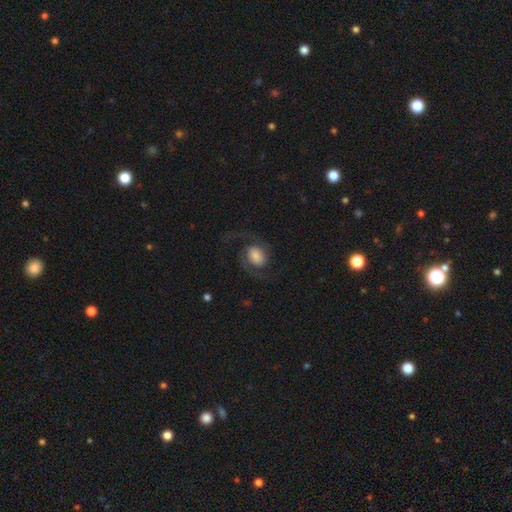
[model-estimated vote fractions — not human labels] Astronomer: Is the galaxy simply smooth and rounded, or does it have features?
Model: featured or disk — 77%.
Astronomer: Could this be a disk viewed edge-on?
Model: no — 98%.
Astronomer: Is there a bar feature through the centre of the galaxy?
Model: no — 61%.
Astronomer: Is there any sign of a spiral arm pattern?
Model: yes — 95%.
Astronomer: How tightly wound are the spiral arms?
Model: medium — 47% (runner-up: loose, 40%).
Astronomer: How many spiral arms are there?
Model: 2 — 93%.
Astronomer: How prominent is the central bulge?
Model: large — 31% (runner-up: moderate, 24%).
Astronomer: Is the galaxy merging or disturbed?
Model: none — 69%.